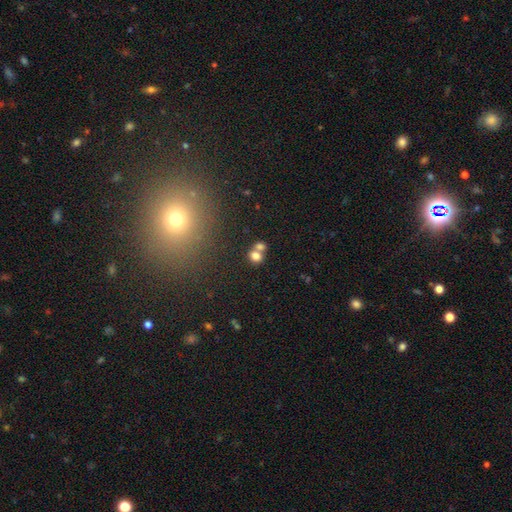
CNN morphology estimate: Smooth or featured? smooth (76%)
How rounded? round (72%)
Merging? merger (47%)